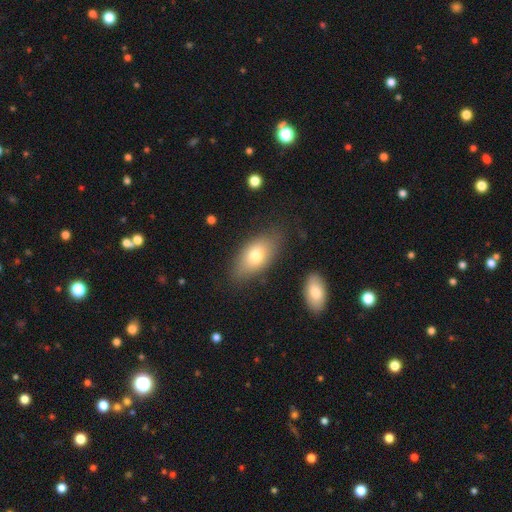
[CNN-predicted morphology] A smooth galaxy with no disk features (74%) that is in between round and cigar-shaped (89%).

Vote fractions:
- Smooth or featured? smooth: 74% / featured or disk: 18% / star or artifact: 8%
- How rounded? in between: 89% / round: 6% / cigar-shaped: 4%
- Merging? none: 74% / minor disturbance: 17% / major disturbance: 5% / merger: 3%